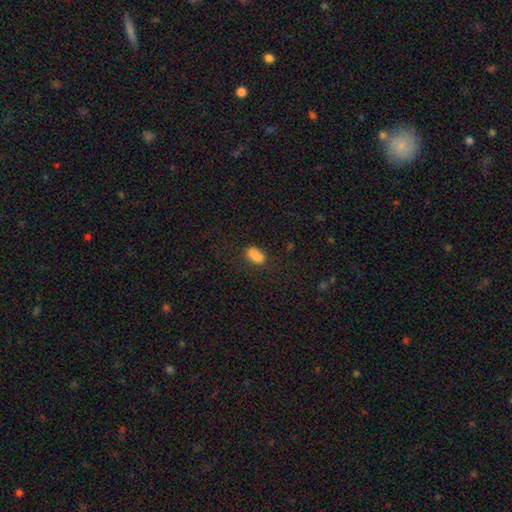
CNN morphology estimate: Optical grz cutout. It shows a smooth galaxy with no disk features (84%) that is in between round and cigar-shaped (87%). Merging: none (65%).